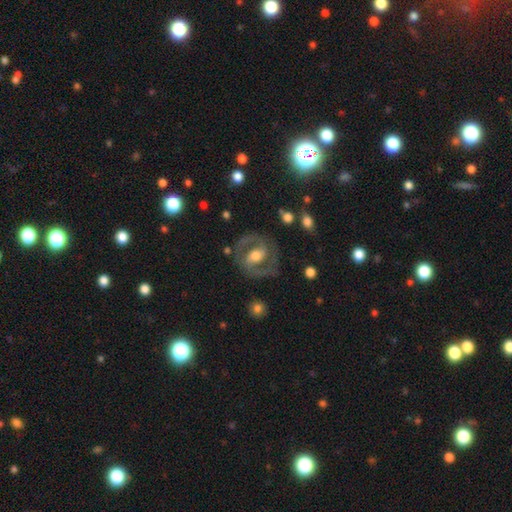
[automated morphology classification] Smooth or featured?
  - featured or disk: 78% *
  - smooth: 16%
  - star or artifact: 6%
Edge-on disk?
  - no: 97% *
  - yes: 3%
Bar?
  - weak: 39% *
  - strong: 31%
  - no: 29%
Spiral arms?
  - yes: 81% *
  - no: 19%
Spiral winding?
  - medium: 55% *
  - tight: 31%
  - loose: 14%
Spiral arm count?
  - 2: 89% *
  - can't tell: 5%
  - 1: 3%
  - 3: 1%
  - 4: 1%
  - more than 4: 1%
Bulge size?
  - moderate: 64% *
  - large: 17%
  - small: 16%
  - none: 2%
  - dominant: 1%
Merging?
  - none: 78% *
  - minor disturbance: 12%
  - major disturbance: 8%
  - merger: 2%